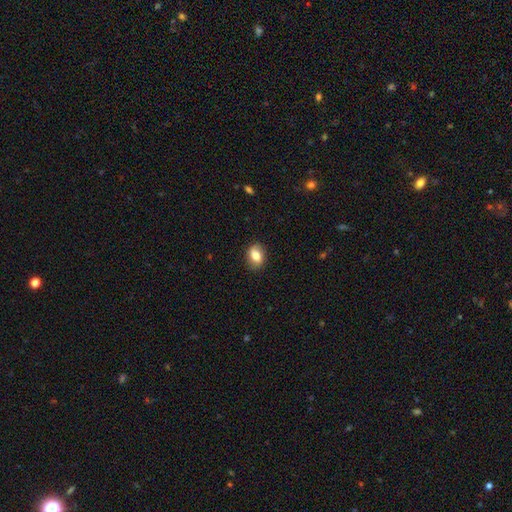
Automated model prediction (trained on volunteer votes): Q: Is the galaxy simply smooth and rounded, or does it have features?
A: smooth — 75%.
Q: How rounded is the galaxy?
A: in between — 76%.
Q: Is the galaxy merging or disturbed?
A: none — 85%.